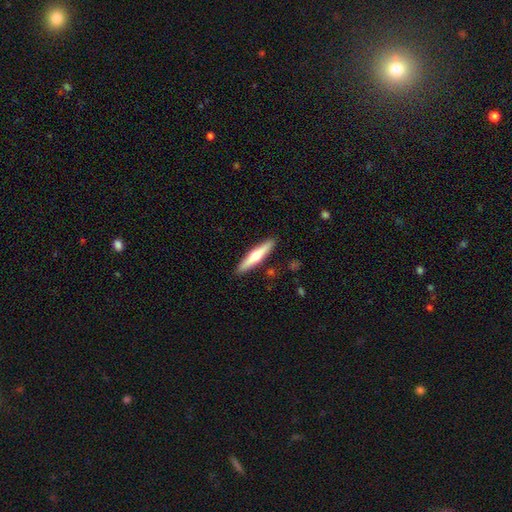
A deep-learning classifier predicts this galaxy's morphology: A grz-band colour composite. It shows a featured or disk galaxy (49%). Merging: none (90%).